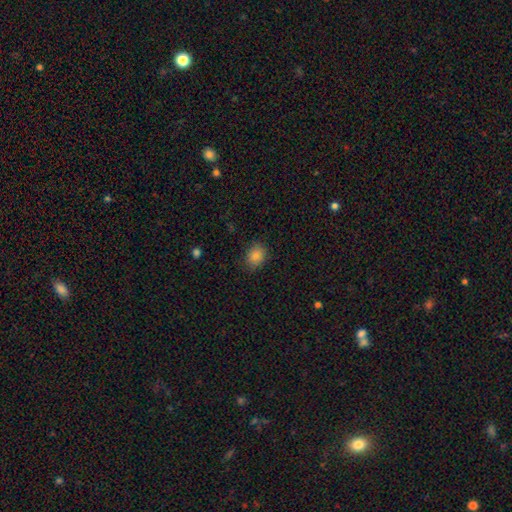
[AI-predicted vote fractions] The model was most divided on "how rounded": in between: 52%, round: 47%, cigar-shaped: 1%. More confident: merging — none (84%); smooth or featured — smooth (82%).